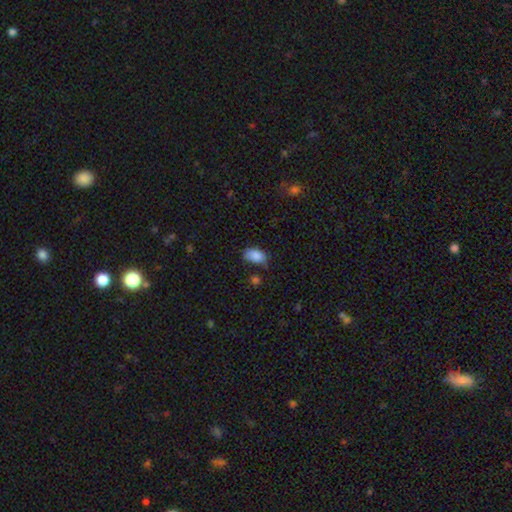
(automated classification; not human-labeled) smooth-or-featured: smooth: 87% | star or artifact: 8% | featured or disk: 5%
  how-rounded: in between: 92% | round: 6% | cigar-shaped: 2%
  merging: none: 62% | minor disturbance: 27% | major disturbance: 6% | merger: 5%